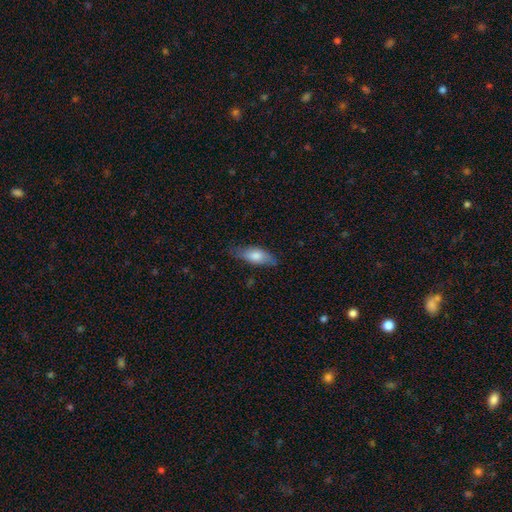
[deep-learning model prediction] The model was most divided on "how rounded": in between: 69%, cigar-shaped: 28%, round: 3%. More confident: merging — none (74%); smooth or featured — smooth (70%).